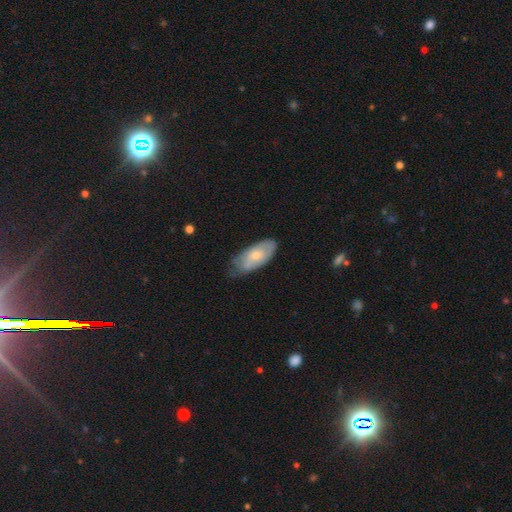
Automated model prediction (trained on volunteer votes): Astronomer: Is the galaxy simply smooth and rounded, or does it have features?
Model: smooth — 61%.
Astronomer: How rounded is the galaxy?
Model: in between — 89%.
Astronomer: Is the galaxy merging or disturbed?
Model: none — 56% (runner-up: minor disturbance, 34%).